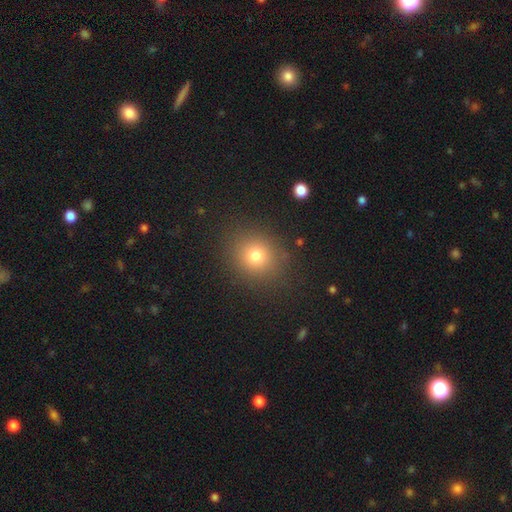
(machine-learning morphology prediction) Smooth or featured: smooth — 76% (star or artifact — 15%)
How rounded: round — 78% (in between — 21%)
Merging: none — 88% (minor disturbance — 8%)